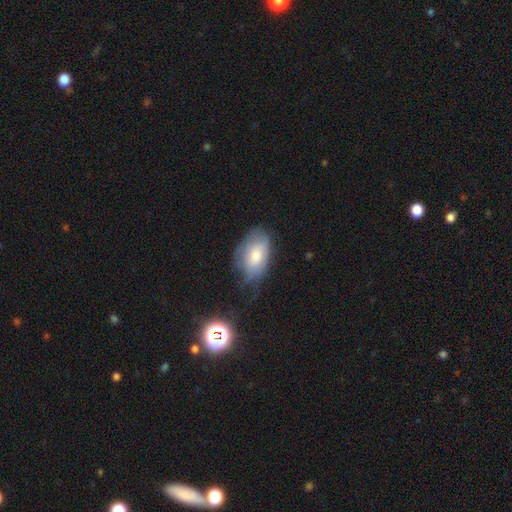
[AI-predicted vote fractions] Smooth or featured: smooth — 62% (featured or disk — 30%)
How rounded: in between — 90% (round — 8%)
Merging: none — 45% (minor disturbance — 35%)